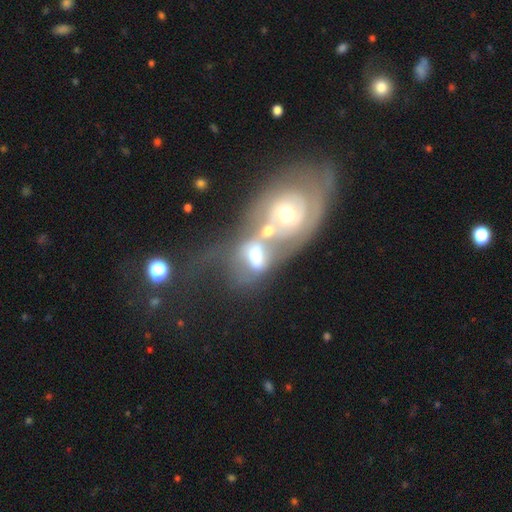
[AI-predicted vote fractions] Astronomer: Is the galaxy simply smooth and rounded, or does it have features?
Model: featured or disk — 56% (runner-up: smooth, 33%).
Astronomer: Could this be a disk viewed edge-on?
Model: no — 93%.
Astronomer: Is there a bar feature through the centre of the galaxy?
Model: no — 63%.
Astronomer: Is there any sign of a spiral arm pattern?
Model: no — 58% (runner-up: yes, 42%).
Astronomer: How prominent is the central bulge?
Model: moderate — 58%.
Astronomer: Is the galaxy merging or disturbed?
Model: merger — 77%.